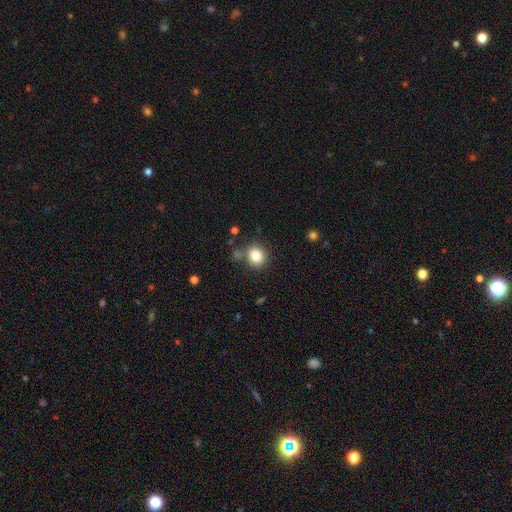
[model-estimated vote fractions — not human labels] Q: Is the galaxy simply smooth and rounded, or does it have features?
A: smooth — 82%.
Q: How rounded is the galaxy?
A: round — 75%.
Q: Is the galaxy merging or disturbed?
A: none — 75%.